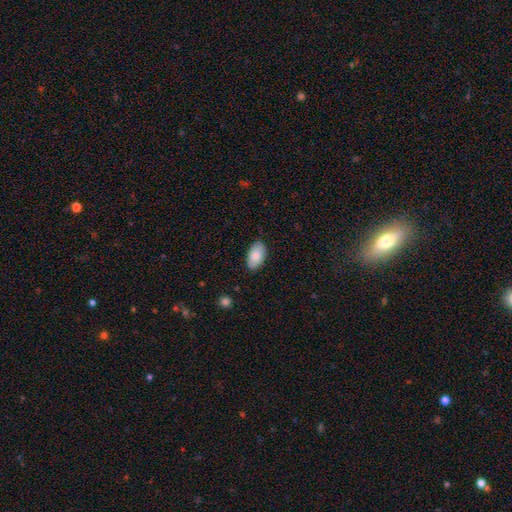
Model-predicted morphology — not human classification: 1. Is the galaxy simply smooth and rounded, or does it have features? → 82% smooth, 12% featured or disk, 6% star or artifact.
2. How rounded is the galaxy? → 95% in between, 4% round, 2% cigar-shaped.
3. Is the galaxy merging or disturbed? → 83% none, 13% minor disturbance, 2% major disturbance, 1% merger.